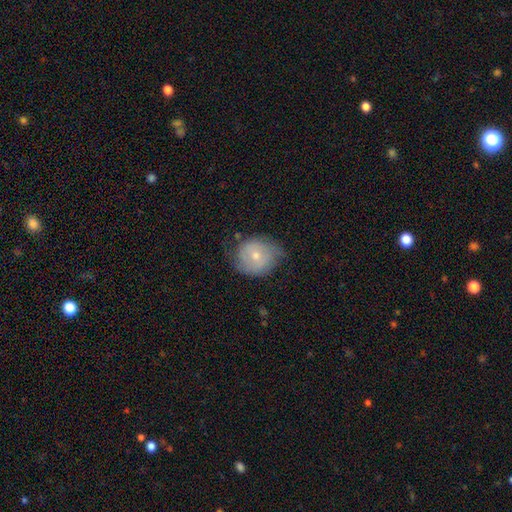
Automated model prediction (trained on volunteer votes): smooth_or_featured: smooth (p=0.50) [alt: featured or disk p=0.43]
how_rounded: round (p=0.77) [alt: in between p=0.22]
merging: none (p=0.57) [alt: minor disturbance p=0.31]